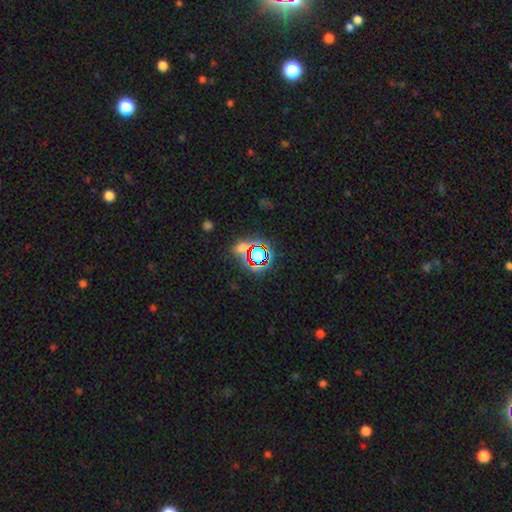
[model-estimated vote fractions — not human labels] This appears to be a star or artifact, not a galaxy (73%).